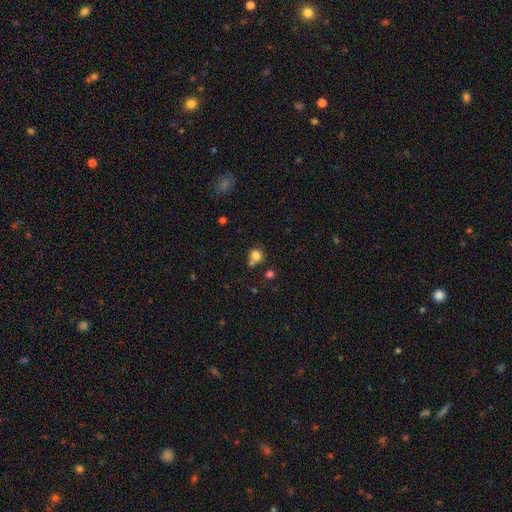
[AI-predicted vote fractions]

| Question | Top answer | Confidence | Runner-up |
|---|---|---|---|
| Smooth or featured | smooth | 79% | star or artifact (12%) |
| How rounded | round | 83% | in between (16%) |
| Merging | none | 52% | merger (31%) |